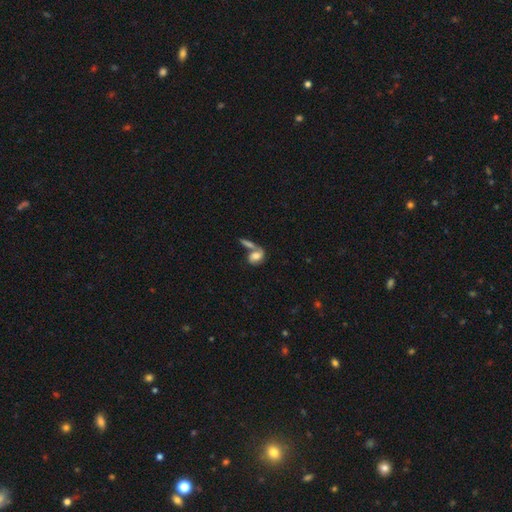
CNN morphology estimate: smooth_or_featured: smooth (p=0.64) [alt: featured or disk p=0.26]
how_rounded: in between (p=0.79) [alt: round p=0.16]
merging: merger (p=0.53) [alt: none p=0.28]